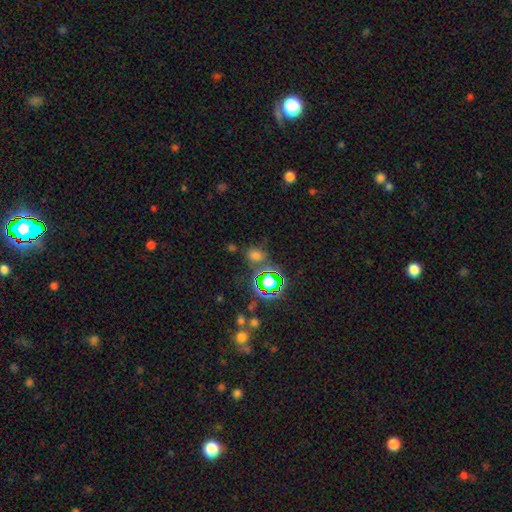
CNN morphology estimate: smooth 55%, star or artifact 37%, featured or disk 8%. Down the decision tree: how rounded — round (54%); merging — none (70%).